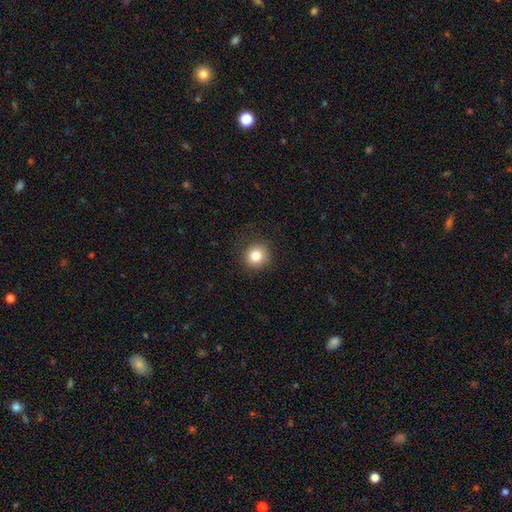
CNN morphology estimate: Smooth or featured?
  - smooth: 85% *
  - star or artifact: 10%
  - featured or disk: 5%
How rounded?
  - round: 90% *
  - in between: 9%
  - cigar-shaped: 1%
Merging?
  - none: 88% *
  - minor disturbance: 9%
  - major disturbance: 3%
  - merger: 1%